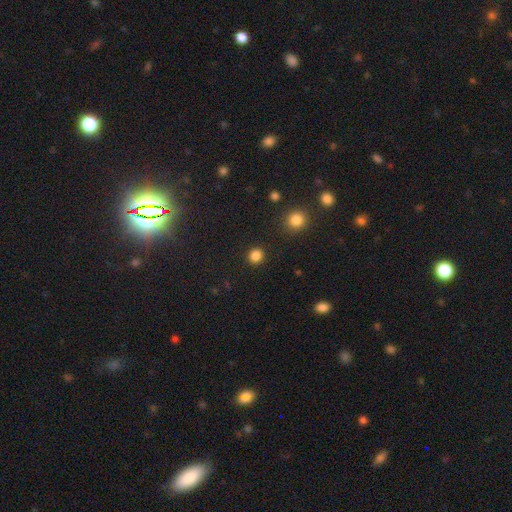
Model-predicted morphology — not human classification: Smooth or featured? Predicted: smooth (p=0.85). How rounded? Predicted: round (p=0.90). Merging? Predicted: none (p=0.91).